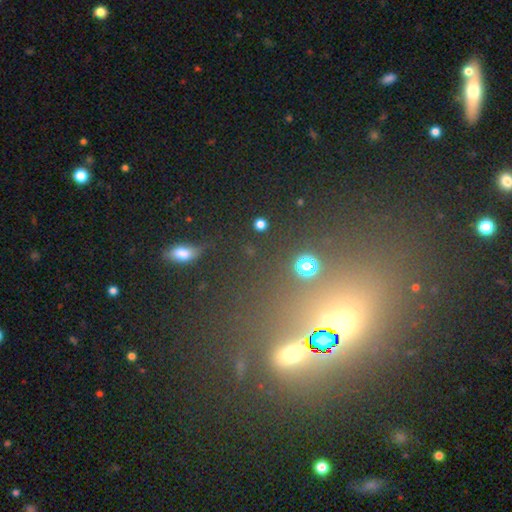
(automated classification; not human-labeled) Smooth or featured?
  - star or artifact: 62% *
  - smooth: 27%
  - featured or disk: 12%